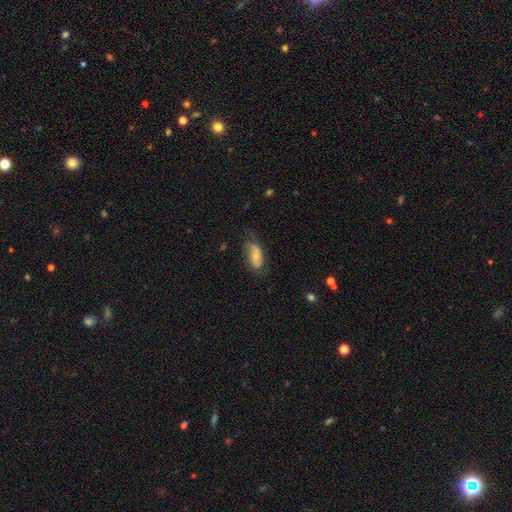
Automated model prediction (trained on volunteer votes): Smooth or featured: smooth — 52% (featured or disk — 40%)
How rounded: in between — 88% (cigar-shaped — 7%)
Merging: none — 55% (minor disturbance — 30%)